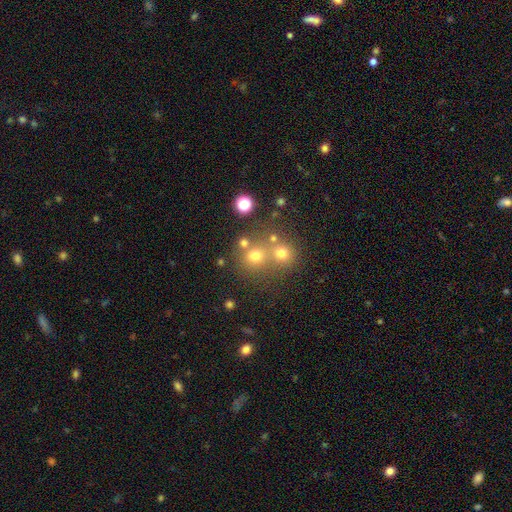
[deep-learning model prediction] This appears to be a smooth galaxy with no disk features (61%) that is round (85%). Merging: none (47%).